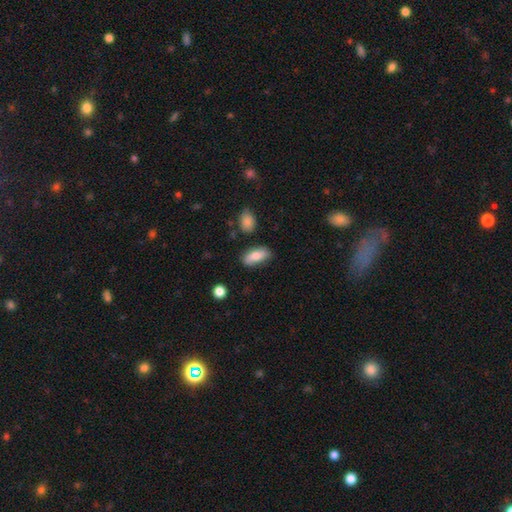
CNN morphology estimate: Smooth or featured? Predicted: smooth (p=0.76). How rounded? Predicted: in between (p=0.85). Merging? Predicted: none (p=0.77).